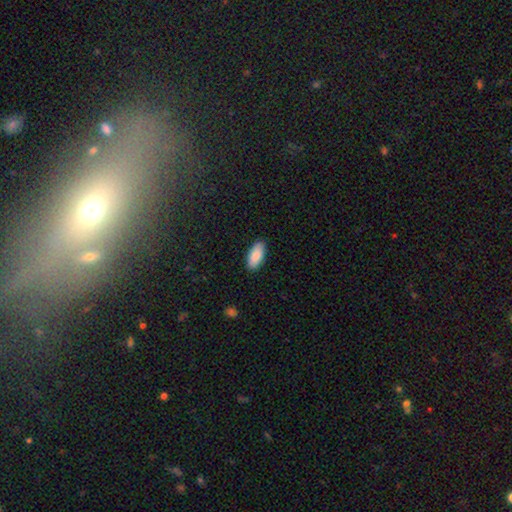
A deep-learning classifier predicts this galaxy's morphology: This appears to be a smooth galaxy with no disk features (89%) that is in between round and cigar-shaped (90%). Merging: none (89%).